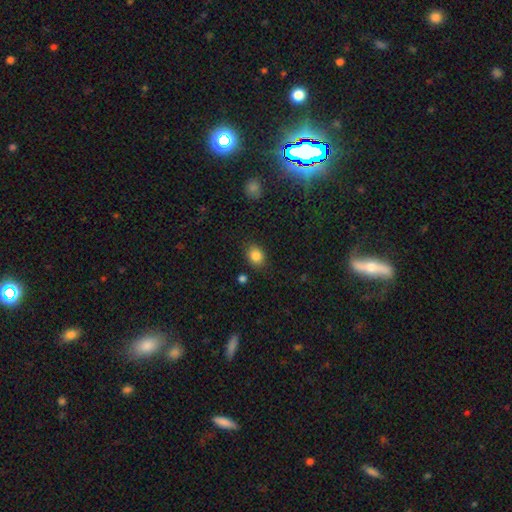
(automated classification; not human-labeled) Smooth or featured: smooth — 84% (star or artifact — 10%)
How rounded: round — 50% (in between — 49%)
Merging: none — 83% (minor disturbance — 12%)